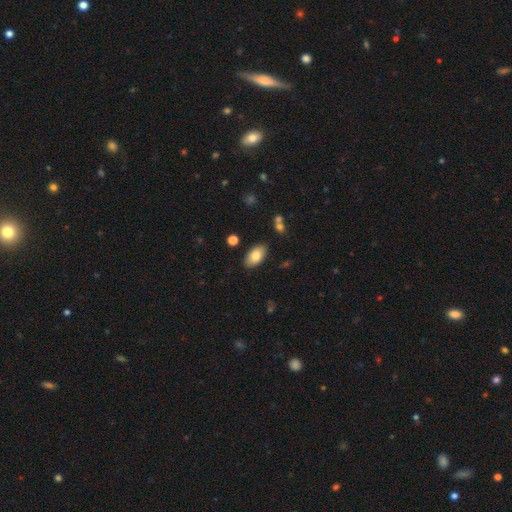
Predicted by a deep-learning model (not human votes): smooth_or_featured: smooth (p=0.80) [alt: featured or disk p=0.13]
how_rounded: in between (p=0.94) [alt: round p=0.04]
merging: none (p=0.86) [alt: minor disturbance p=0.10]